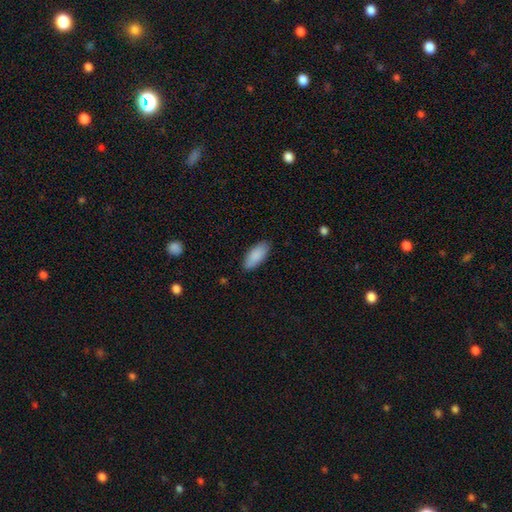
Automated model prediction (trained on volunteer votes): Q: Smooth or featured?
A: smooth (89%); runner-up: star or artifact (6%)
Q: How rounded?
A: in between (85%); runner-up: cigar-shaped (13%)
Q: Merging?
A: none (87%); runner-up: minor disturbance (10%)